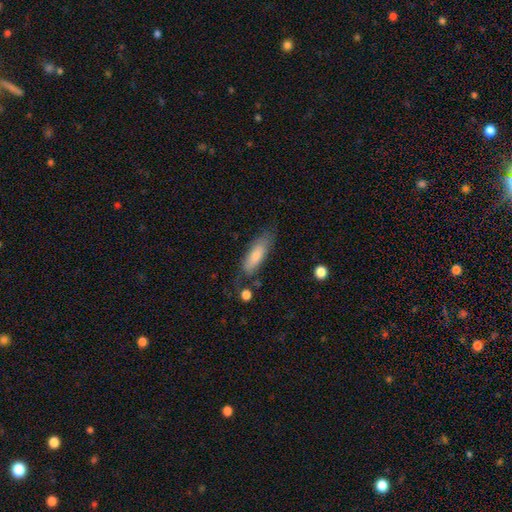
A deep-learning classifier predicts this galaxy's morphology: The model was most divided on "how rounded": in between: 58%, cigar-shaped: 40%, round: 2%. More confident: smooth or featured — smooth (78%); merging — none (64%).